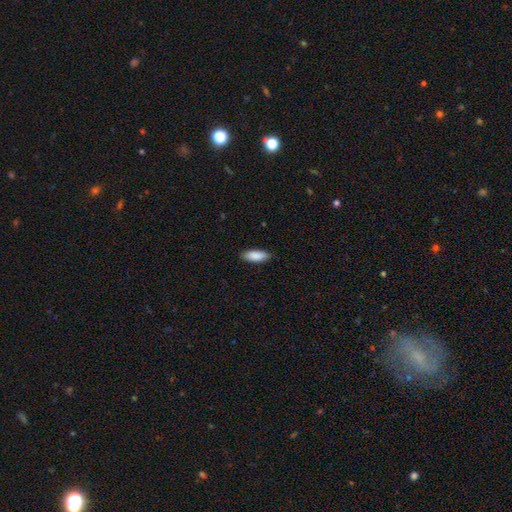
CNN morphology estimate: Overall: smooth (89%). How rounded: in between (75%). Merging: none (86%).